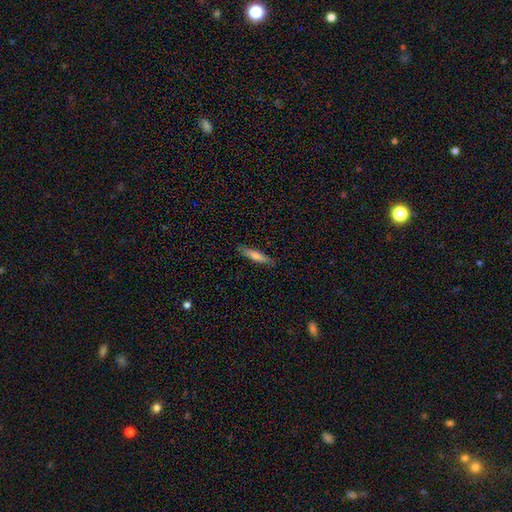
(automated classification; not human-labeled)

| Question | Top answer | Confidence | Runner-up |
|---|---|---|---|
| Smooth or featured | smooth | 67% | featured or disk (27%) |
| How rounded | cigar-shaped | 81% | in between (17%) |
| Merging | none | 85% | minor disturbance (11%) |